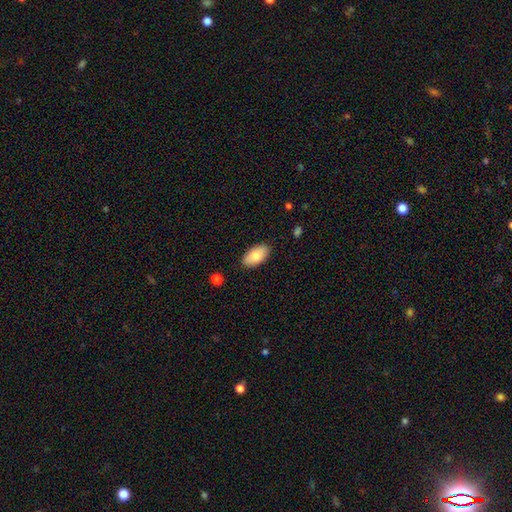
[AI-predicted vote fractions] Morphology: type=smooth (82%); roundness=in between (95%); merging=none (87%).